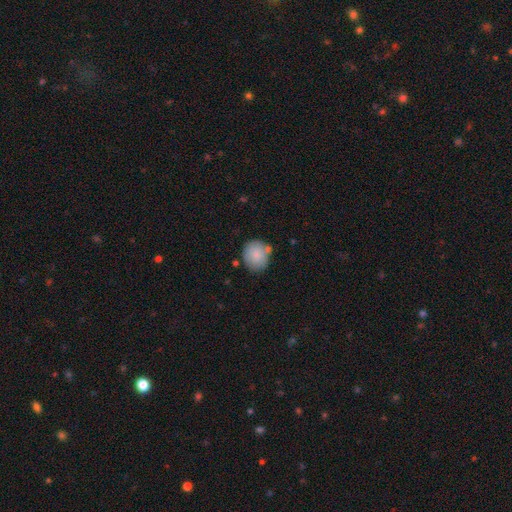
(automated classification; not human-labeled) A smooth galaxy with no disk features (84%) that is round (79%).

Vote fractions:
- Smooth or featured? smooth: 84% / featured or disk: 9% / star or artifact: 7%
- How rounded? round: 79% / in between: 20% / cigar-shaped: 1%
- Merging? none: 70% / minor disturbance: 17% / merger: 9% / major disturbance: 4%